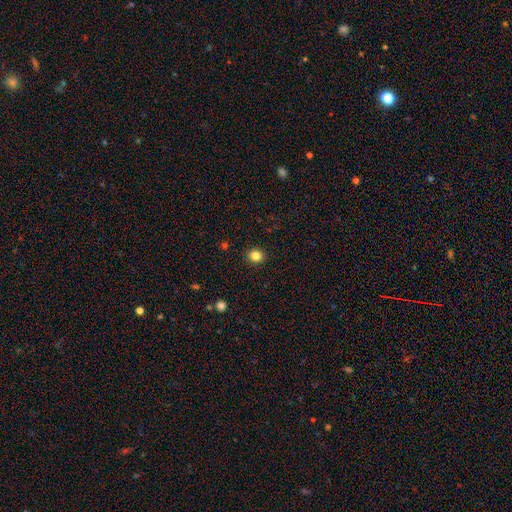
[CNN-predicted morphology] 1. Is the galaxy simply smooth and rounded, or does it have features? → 83% smooth, 12% star or artifact, 5% featured or disk.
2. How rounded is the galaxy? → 73% round, 26% in between, 1% cigar-shaped.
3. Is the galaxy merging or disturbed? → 92% none, 5% minor disturbance, 2% major disturbance, 1% merger.